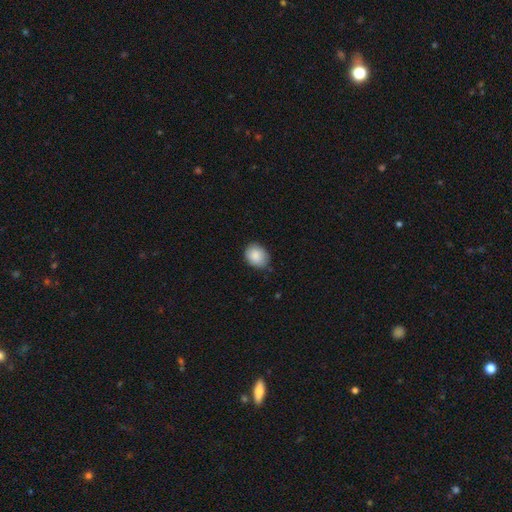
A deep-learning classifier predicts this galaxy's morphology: smooth_or_featured: smooth (p=0.87) [alt: star or artifact p=0.07]
how_rounded: in between (p=0.55) [alt: round p=0.44]
merging: none (p=0.78) [alt: minor disturbance p=0.19]